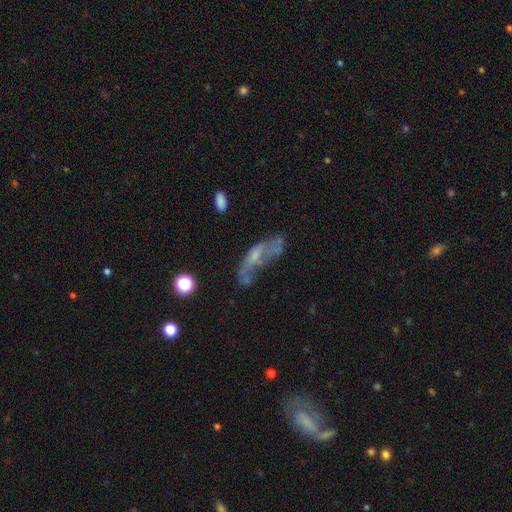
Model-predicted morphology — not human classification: Smooth or featured? featured or disk (53%)
Edge-on disk? no (83%)
Merging? major disturbance (35%)